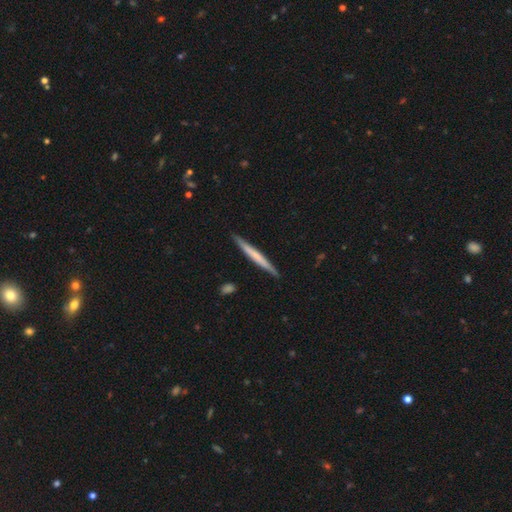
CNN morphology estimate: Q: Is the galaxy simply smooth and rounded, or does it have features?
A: smooth — 51%.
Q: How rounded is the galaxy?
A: cigar-shaped — 97%.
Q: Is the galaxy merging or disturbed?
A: none — 90%.